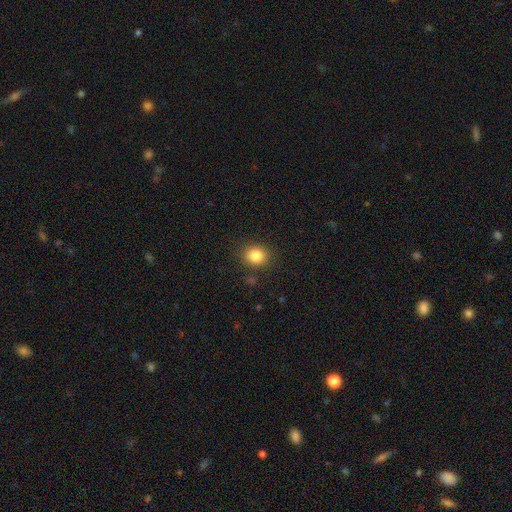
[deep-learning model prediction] This appears to be a smooth galaxy with no disk features (84%) that is round (71%). Merging: none (86%).